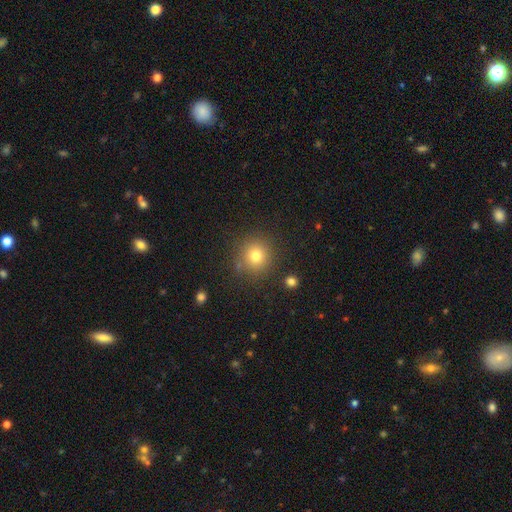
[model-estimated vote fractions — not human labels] The model was most divided on "smooth or featured": smooth: 78%, star or artifact: 15%, featured or disk: 8%. More confident: how rounded — round (92%); merging — none (85%).